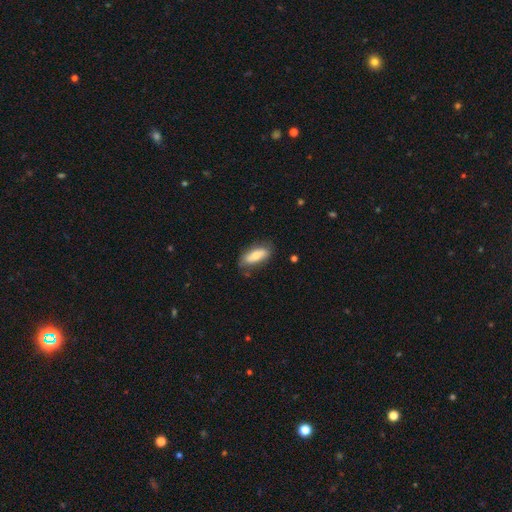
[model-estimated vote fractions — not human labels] A smooth galaxy with no disk features (68%) that is in between round and cigar-shaped (79%). Merging: none (74%).